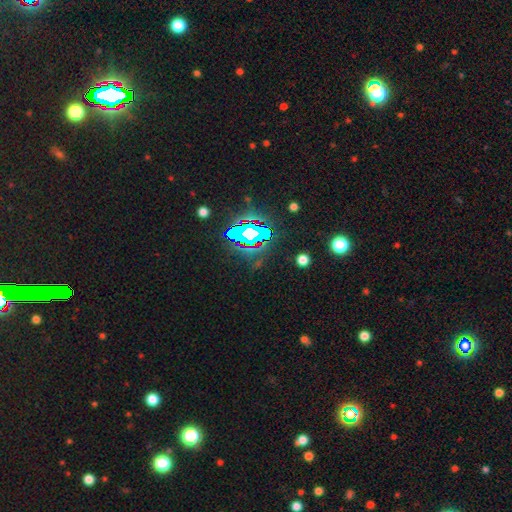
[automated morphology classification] Smooth or featured? star or artifact (82%)